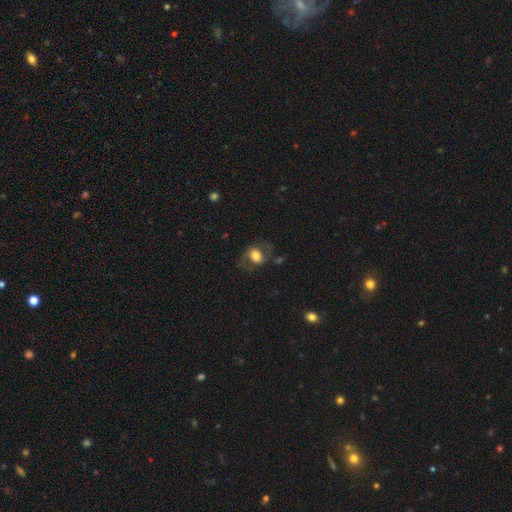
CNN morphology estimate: This appears to be a smooth galaxy with no disk features (53%) that is in between round and cigar-shaped (63%). Merging: none (60%).